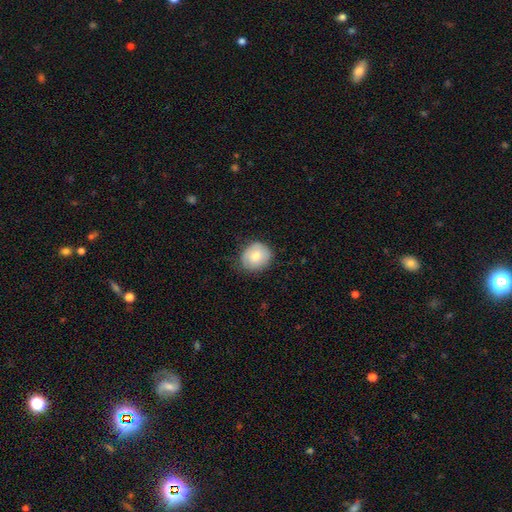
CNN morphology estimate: Smooth or featured?
  - smooth: 76% *
  - featured or disk: 17%
  - star or artifact: 7%
How rounded?
  - round: 74% *
  - in between: 25%
  - cigar-shaped: 1%
Merging?
  - none: 76% *
  - minor disturbance: 19%
  - major disturbance: 4%
  - merger: 1%